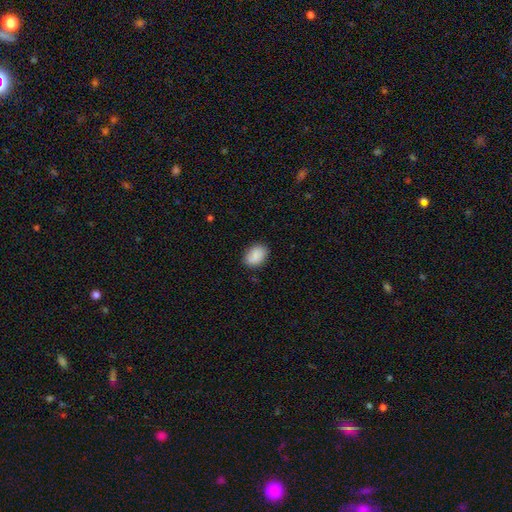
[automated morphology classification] Overall: smooth (86%). How rounded: in between (76%). Merging: none (82%).